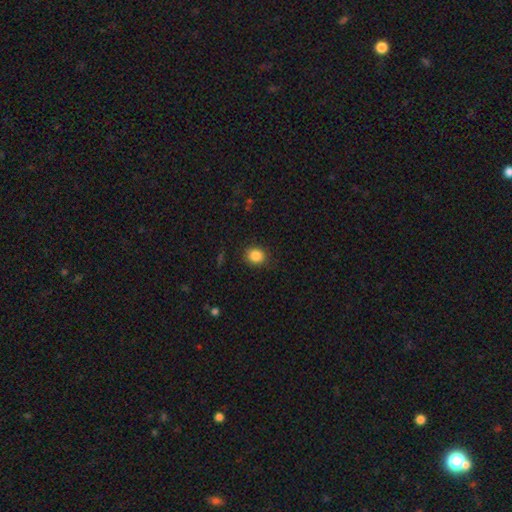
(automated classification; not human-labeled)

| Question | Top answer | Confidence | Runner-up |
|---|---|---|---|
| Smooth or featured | smooth | 86% | star or artifact (10%) |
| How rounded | round | 77% | in between (22%) |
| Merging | none | 87% | minor disturbance (9%) |